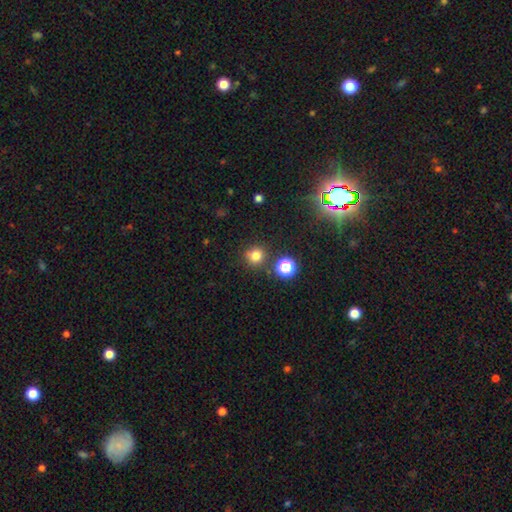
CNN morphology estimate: A smooth galaxy with no disk features (76%) that is round (90%). Merging: none (81%).